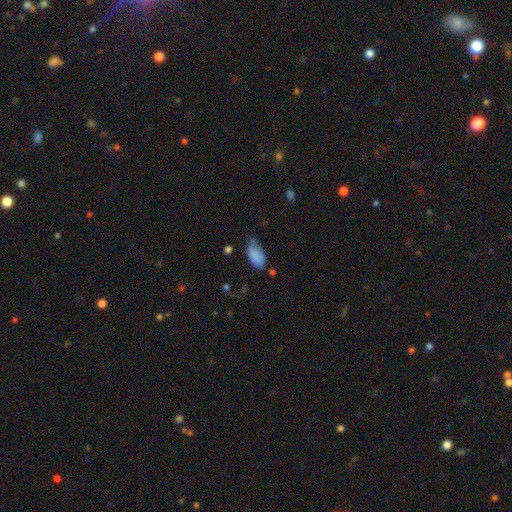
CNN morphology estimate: This is clearly a smooth galaxy (84%). How rounded: clearly in between (94%). Merging: possibly none (47%).